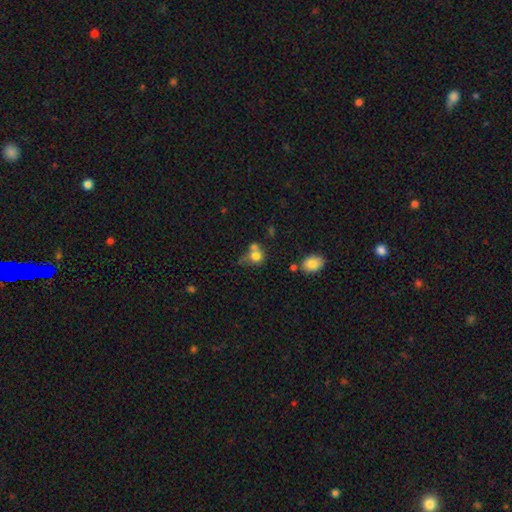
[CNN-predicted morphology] type=smooth (77%); roundness=round (75%); merging=merger (39%).